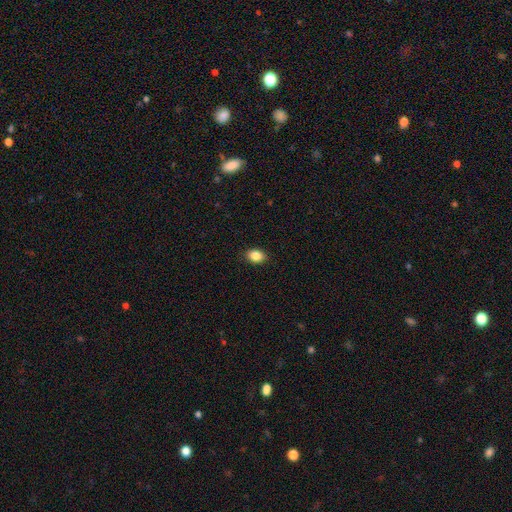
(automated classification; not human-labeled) Q: Smooth or featured?
A: smooth (86%); runner-up: star or artifact (9%)
Q: How rounded?
A: in between (73%); runner-up: round (25%)
Q: Merging?
A: none (90%); runner-up: minor disturbance (7%)